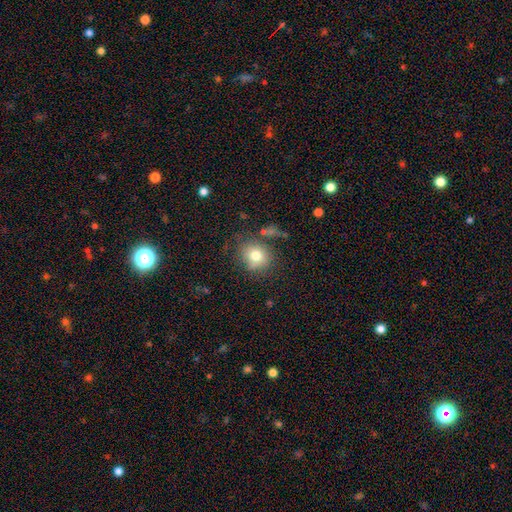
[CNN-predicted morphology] The model was most divided on "how rounded": round: 74%, in between: 25%, cigar-shaped: 1%. More confident: smooth or featured — smooth (75%); merging — none (71%).